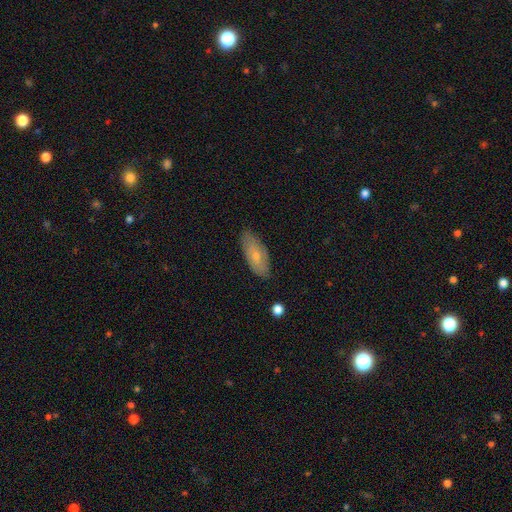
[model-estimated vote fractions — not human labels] Morphology: type=smooth (62%); roundness=in between (82%); merging=none (79%).